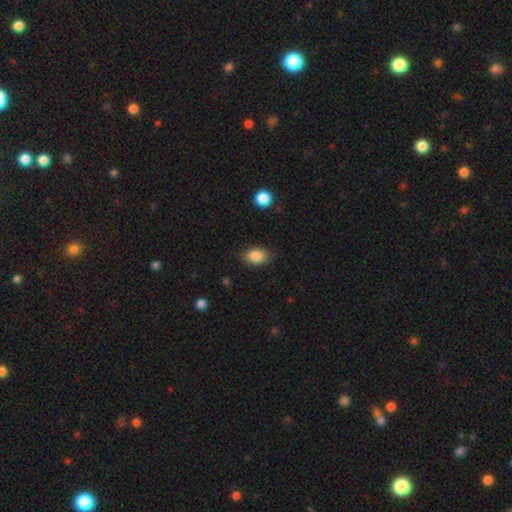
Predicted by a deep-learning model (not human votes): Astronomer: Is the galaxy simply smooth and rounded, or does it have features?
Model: smooth — 86%.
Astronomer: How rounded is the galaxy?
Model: in between — 87%.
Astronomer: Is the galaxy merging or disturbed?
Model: none — 82%.